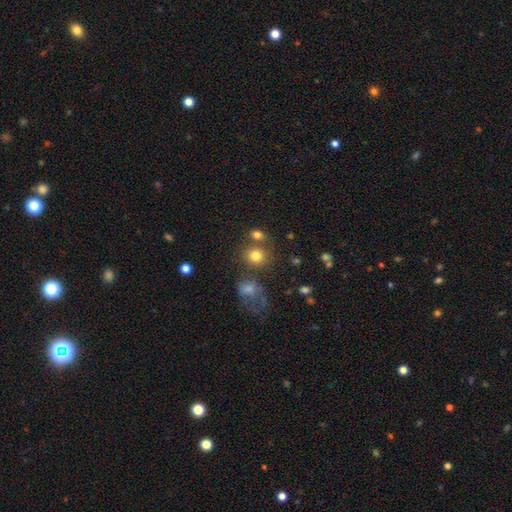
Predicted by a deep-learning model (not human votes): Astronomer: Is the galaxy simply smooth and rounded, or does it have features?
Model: smooth — 78%.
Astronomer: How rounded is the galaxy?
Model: round — 82%.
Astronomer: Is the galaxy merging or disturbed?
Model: none — 63%.